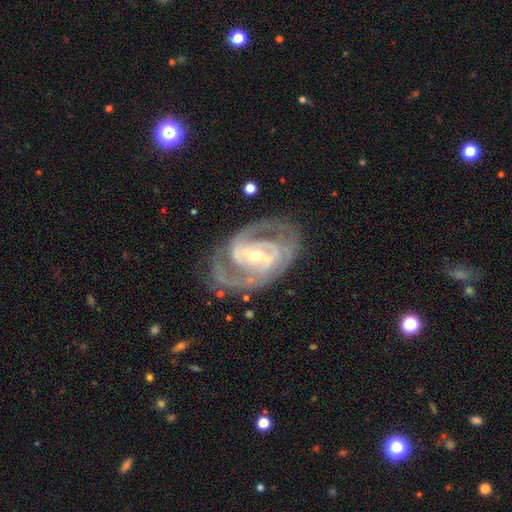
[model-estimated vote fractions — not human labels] Smooth or featured? Predicted: featured or disk (p=0.91). Edge-on disk? Predicted: no (p=0.97). Bar? Predicted: strong (p=0.44). Spiral arms? Predicted: yes (p=0.96). Spiral winding? Predicted: tight (p=0.49). Spiral arm count? Predicted: 2 (p=0.61). Bulge size? Predicted: small (p=0.52). Merging? Predicted: none (p=0.71).